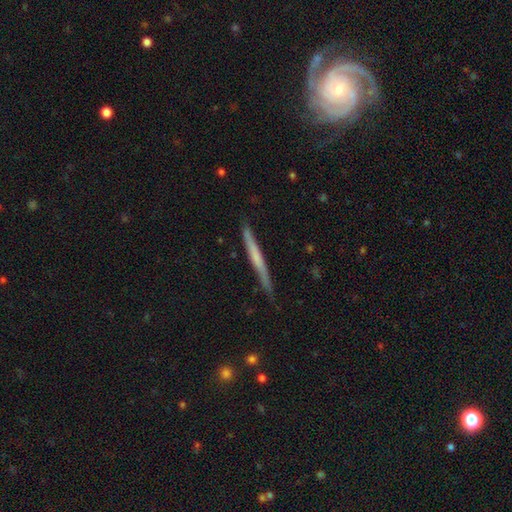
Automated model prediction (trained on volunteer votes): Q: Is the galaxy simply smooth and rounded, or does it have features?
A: featured or disk — 48%.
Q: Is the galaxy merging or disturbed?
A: none — 84%.